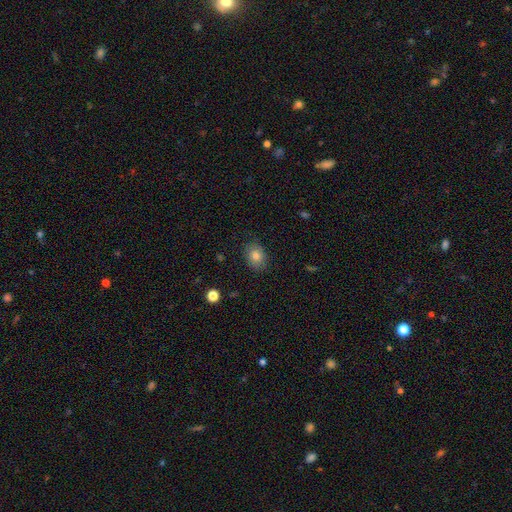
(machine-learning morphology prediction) Overall: smooth (82%). How rounded: in between (64%; round 35%). Merging: none (84%).